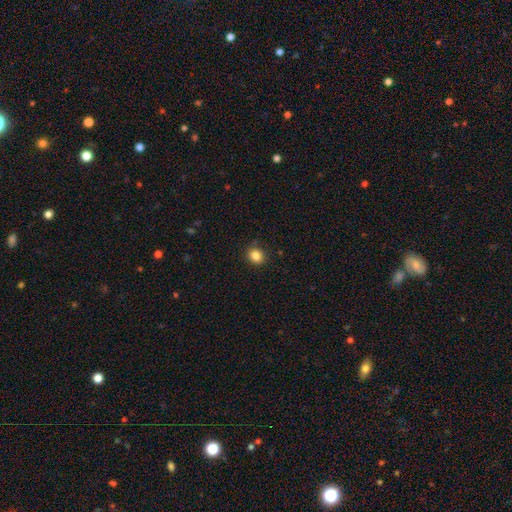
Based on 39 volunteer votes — smooth 87%, star or artifact 10%, featured or disk 3%. Down the decision tree: how rounded — round (71%); merging — none (91%).